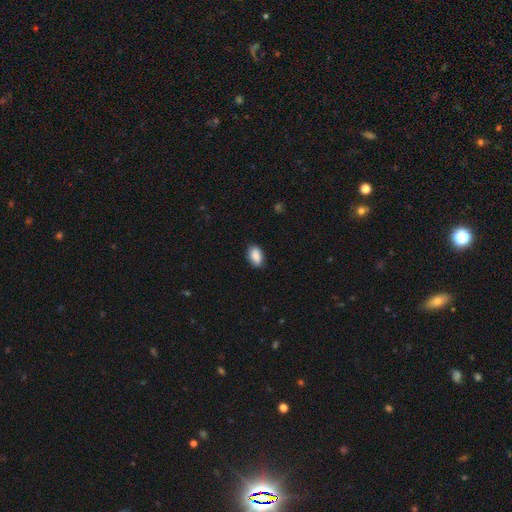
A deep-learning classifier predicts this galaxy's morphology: smooth-or-featured: smooth: 88% | star or artifact: 7% | featured or disk: 5%
  how-rounded: in between: 91% | round: 7% | cigar-shaped: 2%
  merging: none: 84% | minor disturbance: 13% | major disturbance: 2% | merger: 1%